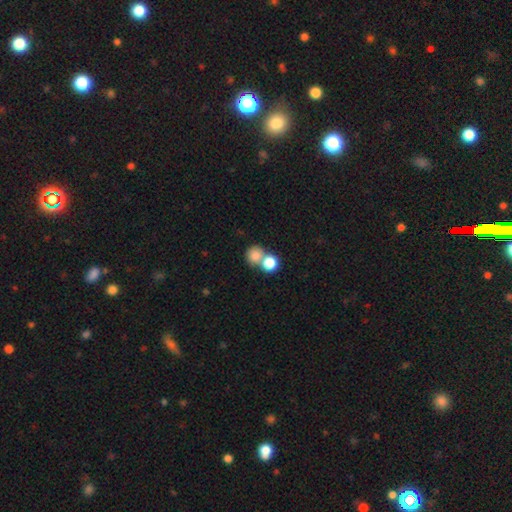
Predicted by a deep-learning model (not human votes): Overall: smooth (80%). How rounded: round (83%). Merging: merger (45%, tied with none).